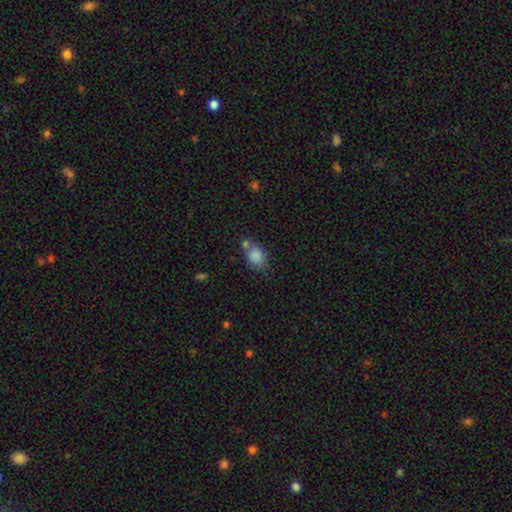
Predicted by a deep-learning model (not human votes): Smooth or featured: smooth — 83% (star or artifact — 10%)
How rounded: in between — 60% (round — 39%)
Merging: none — 50% (merger — 25%)